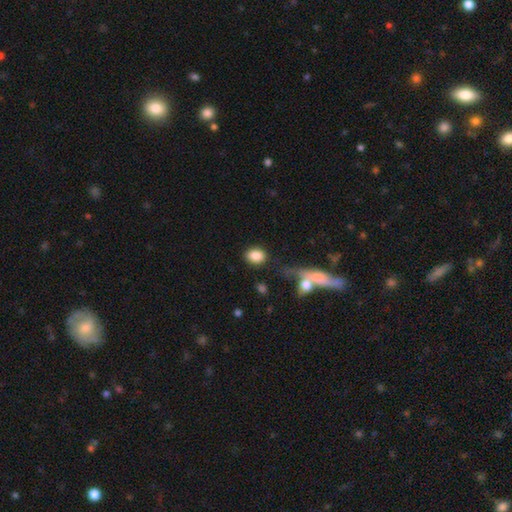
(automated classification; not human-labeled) Q: Smooth or featured?
A: smooth (85%); runner-up: featured or disk (8%)
Q: How rounded?
A: in between (62%); runner-up: round (36%)
Q: Merging?
A: none (77%); runner-up: minor disturbance (11%)